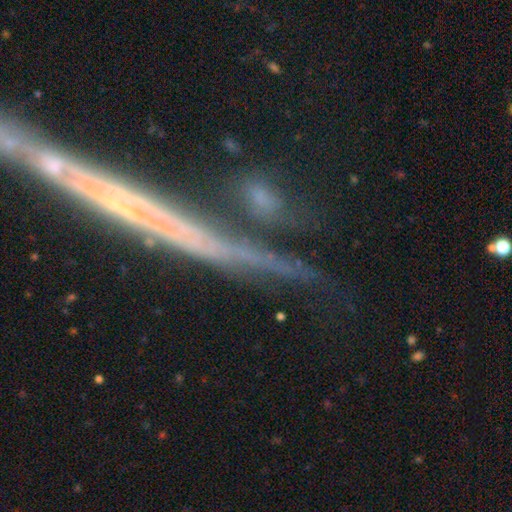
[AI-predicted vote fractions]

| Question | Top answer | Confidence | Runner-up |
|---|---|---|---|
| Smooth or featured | featured or disk | 48% | star or artifact (29%) |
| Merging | none | 70% | minor disturbance (15%) |